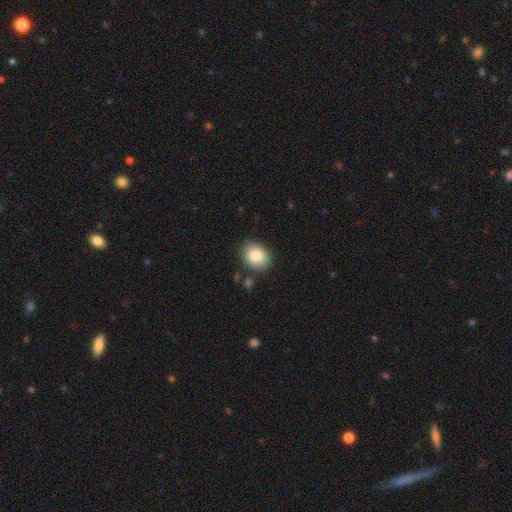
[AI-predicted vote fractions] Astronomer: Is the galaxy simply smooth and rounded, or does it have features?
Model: smooth — 86%.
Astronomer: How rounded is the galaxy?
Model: in between — 60% (runner-up: round, 39%).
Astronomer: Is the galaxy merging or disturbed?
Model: none — 78%.